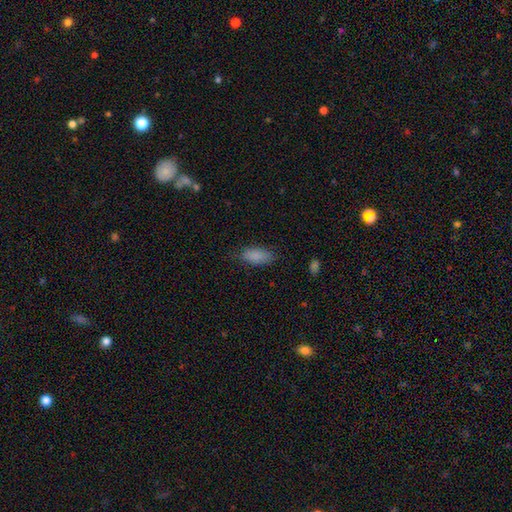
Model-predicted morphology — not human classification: A smooth galaxy with no disk features (87%) that is in between round and cigar-shaped (87%).

Vote fractions:
- Smooth or featured? smooth: 87% / star or artifact: 7% / featured or disk: 5%
- How rounded? in between: 87% / cigar-shaped: 11% / round: 2%
- Merging? none: 78% / minor disturbance: 17% / major disturbance: 4% / merger: 1%